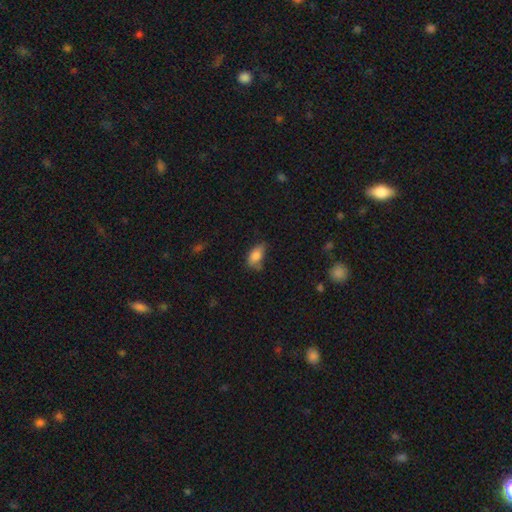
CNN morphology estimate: type=smooth (82%); roundness=in between (88%); merging=none (47%).